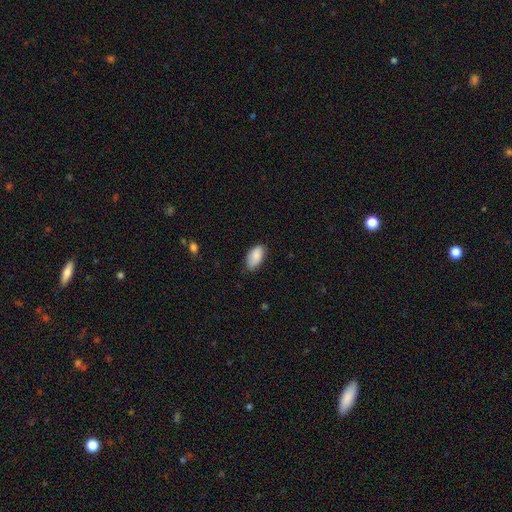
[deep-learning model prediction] Smooth or featured? smooth (88%)
How rounded? in between (95%)
Merging? none (73%)